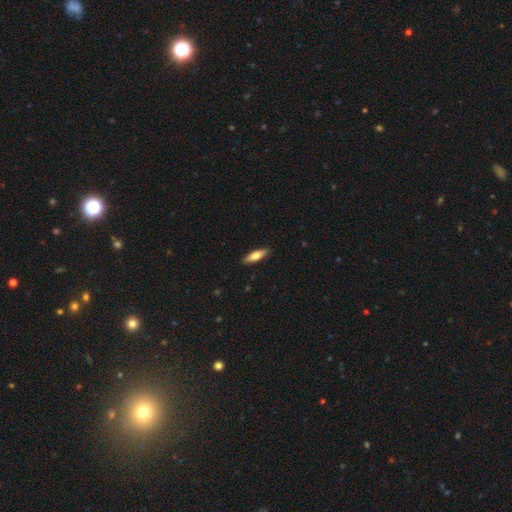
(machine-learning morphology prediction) Q: Smooth or featured?
A: smooth (63%); runner-up: featured or disk (31%)
Q: How rounded?
A: cigar-shaped (51%); runner-up: in between (47%)
Q: Merging?
A: none (89%); runner-up: minor disturbance (8%)